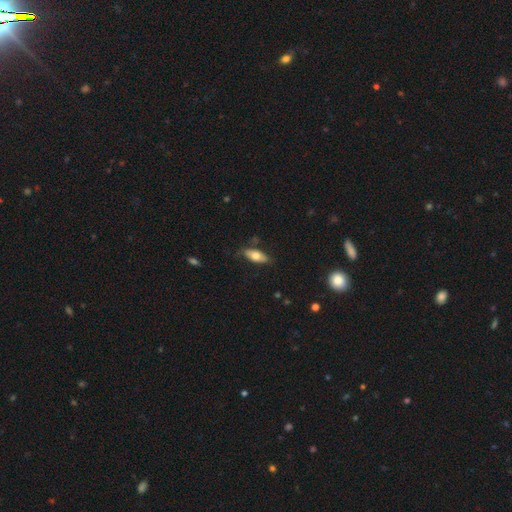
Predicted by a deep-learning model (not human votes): This is likely a smooth galaxy (66%). How rounded: clearly in between (80%). Merging: likely none (73%).